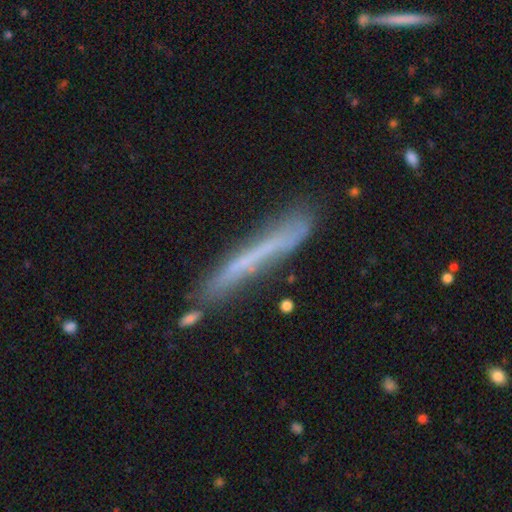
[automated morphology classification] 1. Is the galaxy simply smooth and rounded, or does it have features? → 48% featured or disk, 44% smooth, 8% star or artifact.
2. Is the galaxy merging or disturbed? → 69% none, 20% minor disturbance, 6% major disturbance, 5% merger.